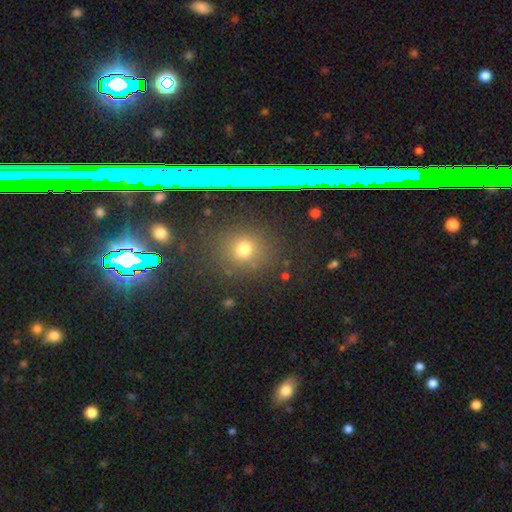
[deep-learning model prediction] This appears to be a star or artifact, not a galaxy (50%).